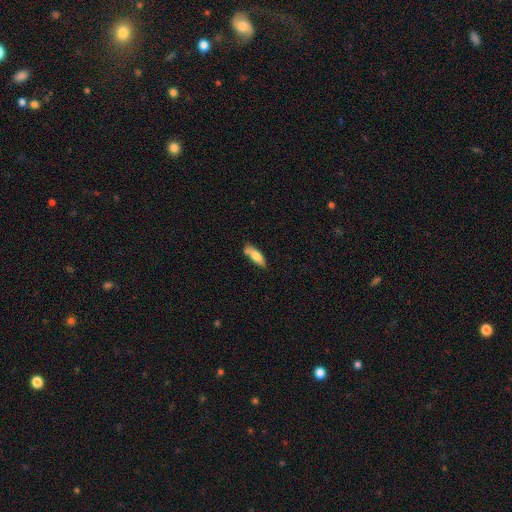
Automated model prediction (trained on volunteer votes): This is likely a smooth galaxy (74%). How rounded: possibly in between (58%). Merging: possibly none (54%).